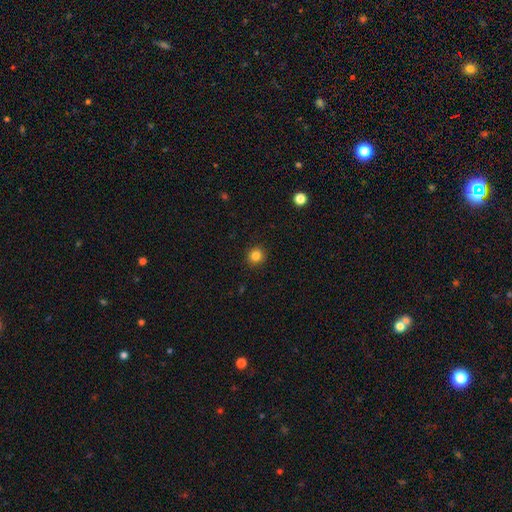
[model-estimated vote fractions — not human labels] This is clearly a smooth galaxy (84%). How rounded: clearly round (89%). Merging: clearly none (92%).